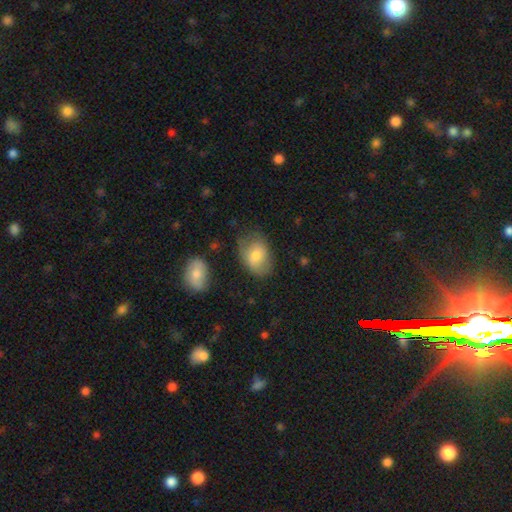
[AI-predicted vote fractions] Smooth or featured: smooth — 74% (featured or disk — 18%)
How rounded: in between — 78% (round — 21%)
Merging: none — 59% (minor disturbance — 28%)